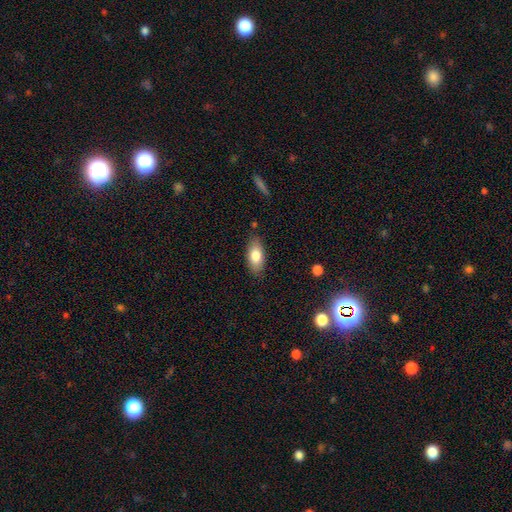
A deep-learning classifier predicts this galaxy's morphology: A smooth galaxy with no disk features (79%) that is in between round and cigar-shaped (86%). Merging: none (84%).